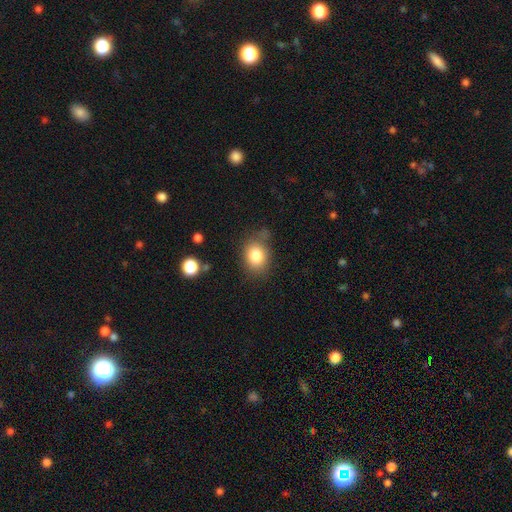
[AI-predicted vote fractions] A smooth galaxy with no disk features (82%) that is in between round and cigar-shaped (50%). Merging: none (67%).